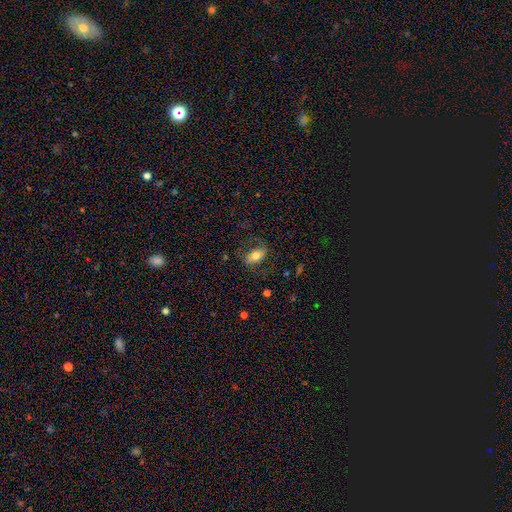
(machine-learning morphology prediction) Smooth or featured?
  - smooth: 62% *
  - featured or disk: 30%
  - star or artifact: 8%
How rounded?
  - in between: 90% *
  - round: 7%
  - cigar-shaped: 3%
Merging?
  - none: 67% *
  - minor disturbance: 17%
  - major disturbance: 14%
  - merger: 1%